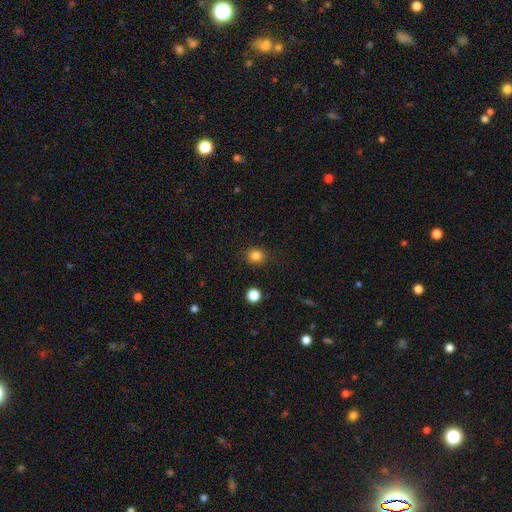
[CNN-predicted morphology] The model was most divided on "smooth or featured": smooth: 84%, star or artifact: 12%, featured or disk: 4%. More confident: merging — none (90%); how rounded — round (86%).